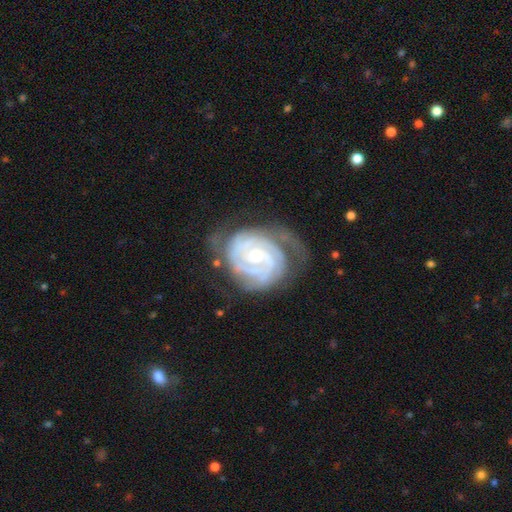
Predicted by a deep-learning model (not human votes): Morphology: type=featured or disk (91%); edge-on=no (98%); bar=no (60%); spiral arms=yes (98%); winding=tight (78%); arm count=3 (30%); bulge=small (59%); merging=none (63%).